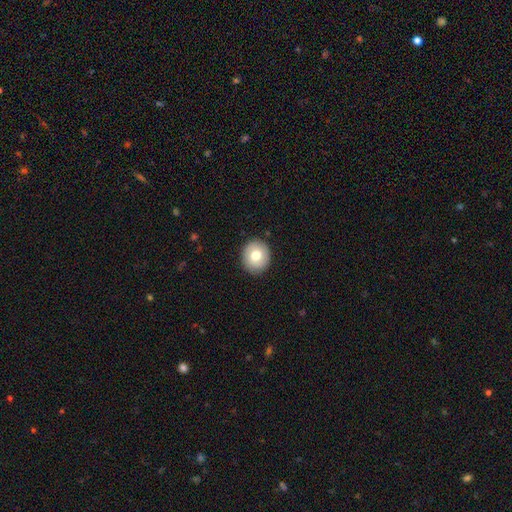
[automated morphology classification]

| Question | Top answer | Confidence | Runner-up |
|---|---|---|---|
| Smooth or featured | smooth | 76% | featured or disk (17%) |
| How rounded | round | 77% | in between (22%) |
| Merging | none | 89% | minor disturbance (8%) |